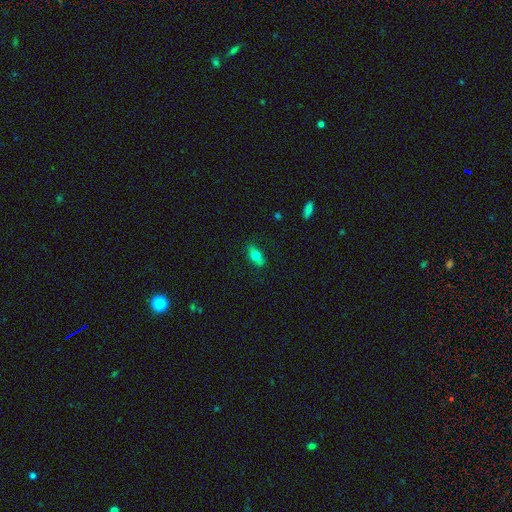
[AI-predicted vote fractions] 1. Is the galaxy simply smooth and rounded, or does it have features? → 73% smooth, 19% featured or disk, 8% star or artifact.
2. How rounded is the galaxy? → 82% in between, 13% cigar-shaped, 6% round.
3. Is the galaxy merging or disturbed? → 80% none, 15% minor disturbance, 3% major disturbance, 1% merger.